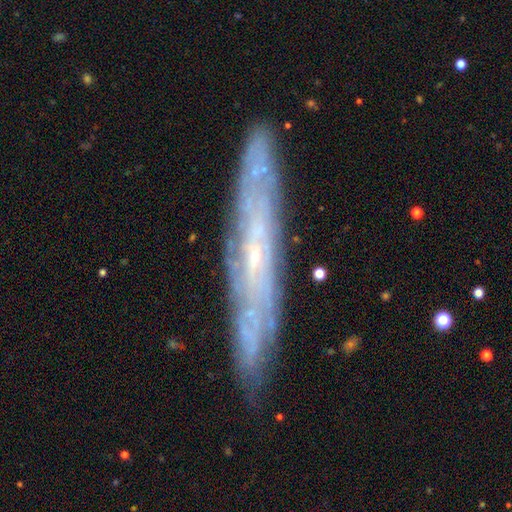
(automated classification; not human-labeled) Smooth or featured? Predicted: featured or disk (p=0.75). Edge-on disk? Predicted: yes (p=0.59). Merging? Predicted: none (p=0.87).